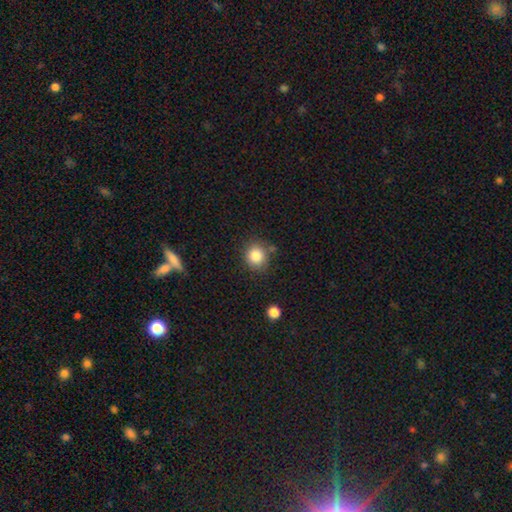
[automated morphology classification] This is clearly a smooth galaxy (84%). How rounded: likely round (79%). Merging: likely none (78%).